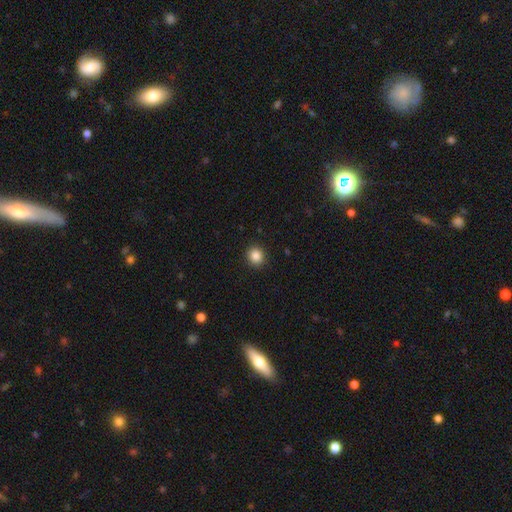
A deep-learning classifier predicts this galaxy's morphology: smooth_or_featured: smooth (p=0.86) [alt: star or artifact p=0.10]
how_rounded: round (p=0.85) [alt: in between p=0.14]
merging: none (p=0.91) [alt: minor disturbance p=0.06]